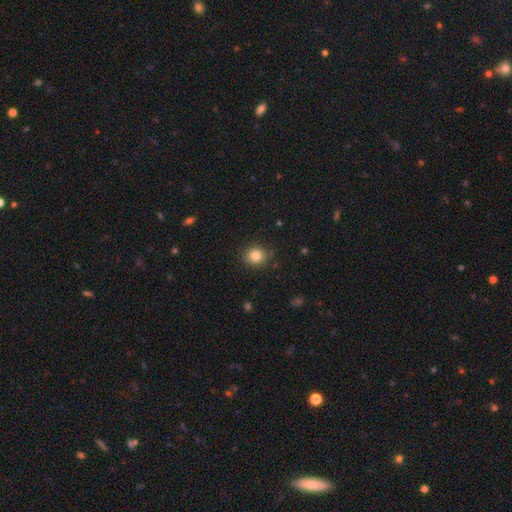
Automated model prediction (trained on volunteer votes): Smooth or featured? Predicted: smooth (p=0.82). How rounded? Predicted: round (p=0.83). Merging? Predicted: none (p=0.85).